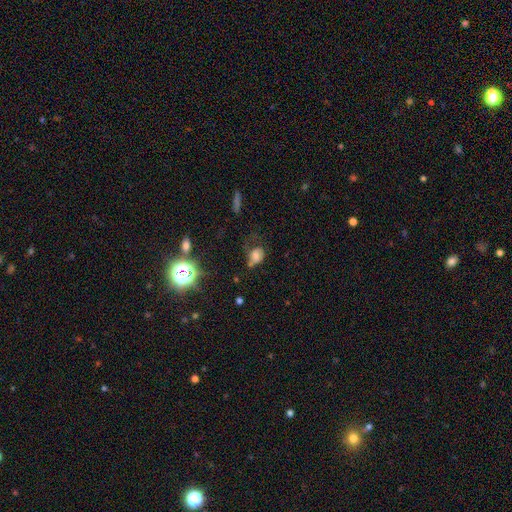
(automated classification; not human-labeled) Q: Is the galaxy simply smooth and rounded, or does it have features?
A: smooth — 58%.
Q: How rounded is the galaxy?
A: in between — 61%.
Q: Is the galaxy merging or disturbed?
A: major disturbance — 35%.